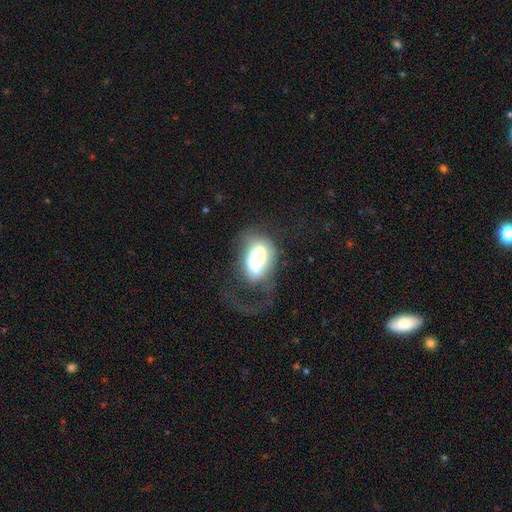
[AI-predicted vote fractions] Smooth or featured: smooth — 49% (featured or disk — 42%)
Merging: major disturbance — 47% (none — 21%)